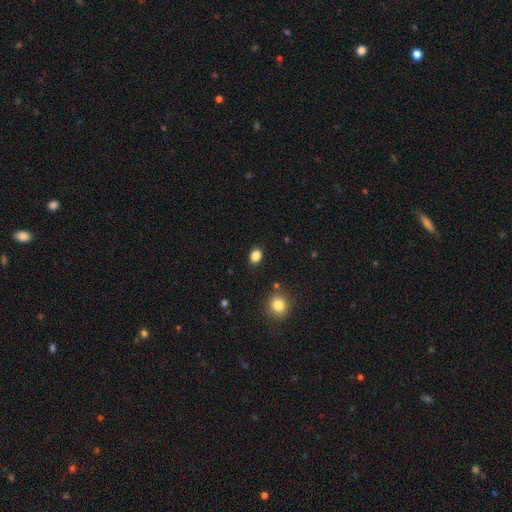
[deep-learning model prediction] Smooth or featured: smooth — 86% (star or artifact — 10%)
How rounded: in between — 62% (round — 37%)
Merging: none — 87% (minor disturbance — 9%)